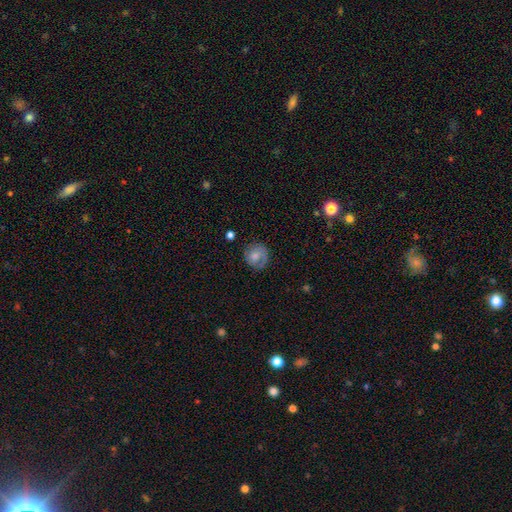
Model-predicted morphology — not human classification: Smooth or featured: smooth — 55% (featured or disk — 37%)
How rounded: round — 84% (in between — 15%)
Merging: none — 71% (minor disturbance — 20%)